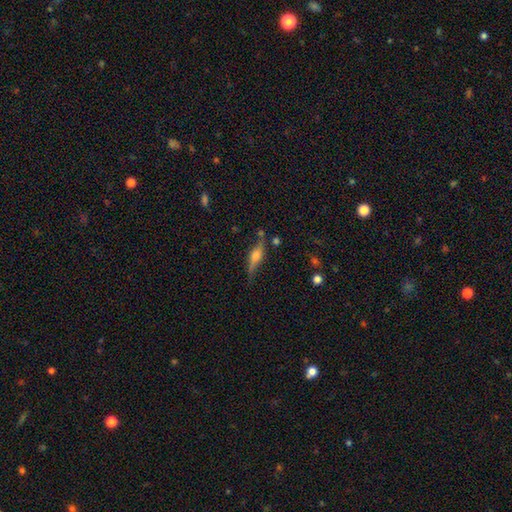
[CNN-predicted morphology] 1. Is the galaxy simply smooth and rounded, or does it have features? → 64% featured or disk, 28% smooth, 8% star or artifact.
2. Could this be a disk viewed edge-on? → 85% yes, 15% no.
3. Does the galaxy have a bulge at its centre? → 85% rounded, 12% boxy, 3% none.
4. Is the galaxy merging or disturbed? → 67% none, 21% minor disturbance, 7% major disturbance, 5% merger.